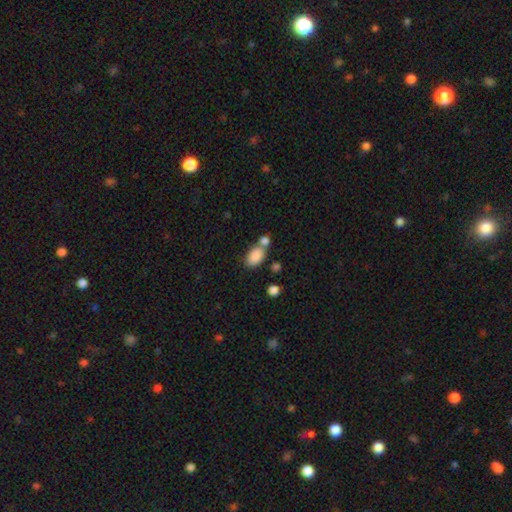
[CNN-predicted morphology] Smooth or featured?
  - smooth: 86% *
  - star or artifact: 8%
  - featured or disk: 6%
How rounded?
  - in between: 90% *
  - round: 8%
  - cigar-shaped: 2%
Merging?
  - none: 45% *
  - merger: 38%
  - minor disturbance: 12%
  - major disturbance: 5%